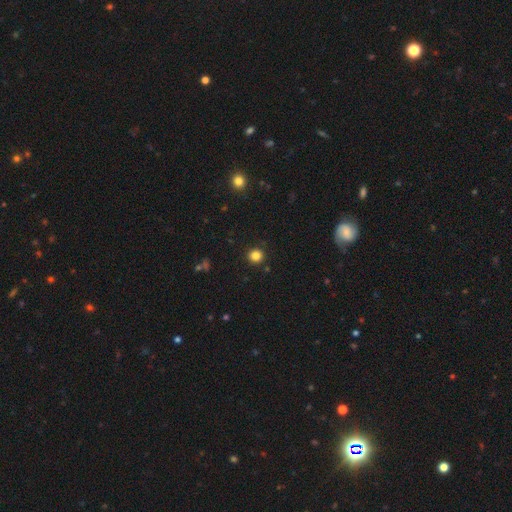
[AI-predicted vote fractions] Overall: smooth (83%). How rounded: round (94%). Merging: none (92%).